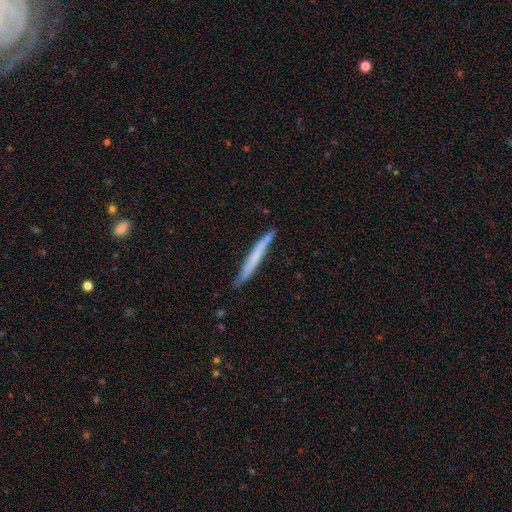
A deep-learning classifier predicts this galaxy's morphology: Smooth or featured?
  - smooth: 56% *
  - featured or disk: 39%
  - star or artifact: 6%
How rounded?
  - cigar-shaped: 97% *
  - in between: 2%
  - round: 1%
Merging?
  - none: 83% *
  - minor disturbance: 13%
  - merger: 2%
  - major disturbance: 2%